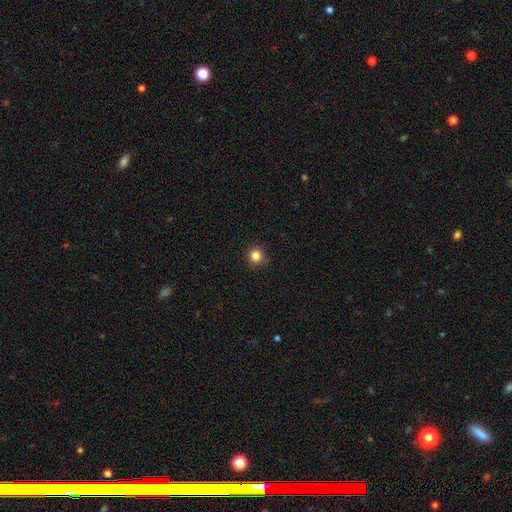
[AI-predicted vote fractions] Overall: smooth (84%). How rounded: round (95%). Merging: none (89%).